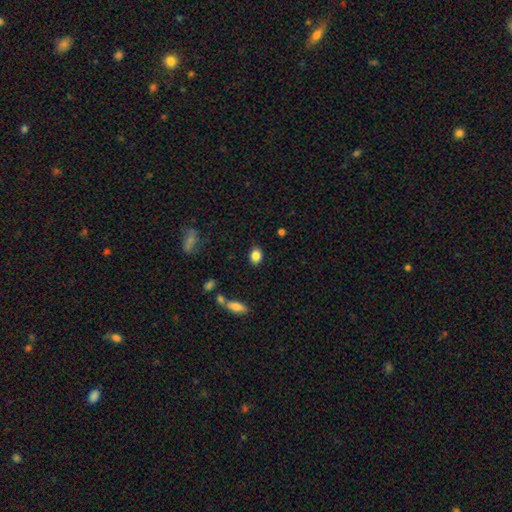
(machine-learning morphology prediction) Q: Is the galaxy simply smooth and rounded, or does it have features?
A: smooth — 85%.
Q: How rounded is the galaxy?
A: in between — 55%.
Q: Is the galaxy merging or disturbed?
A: none — 85%.